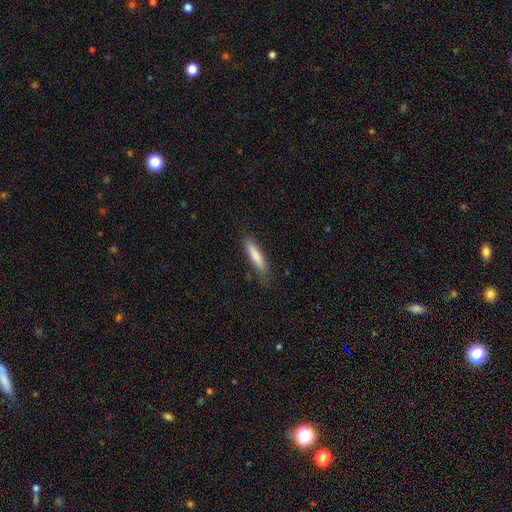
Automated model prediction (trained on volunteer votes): The model was most divided on "merging": none: 75%, minor disturbance: 19%, major disturbance: 4%, merger: 2%. More confident: how rounded — cigar-shaped (83%); smooth or featured — smooth (81%).